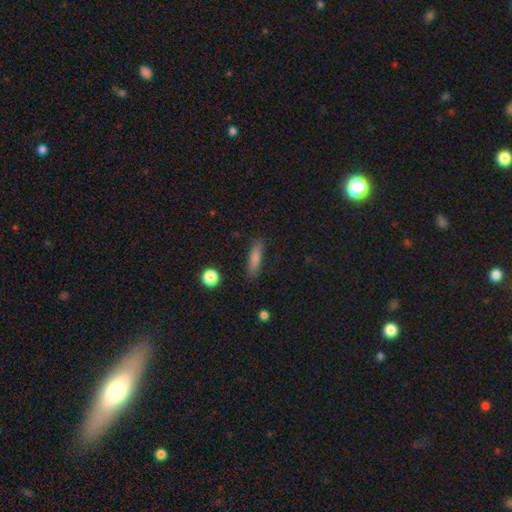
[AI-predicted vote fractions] Smooth or featured: smooth — 74% (featured or disk — 17%)
How rounded: cigar-shaped — 73% (in between — 24%)
Merging: none — 86% (minor disturbance — 10%)